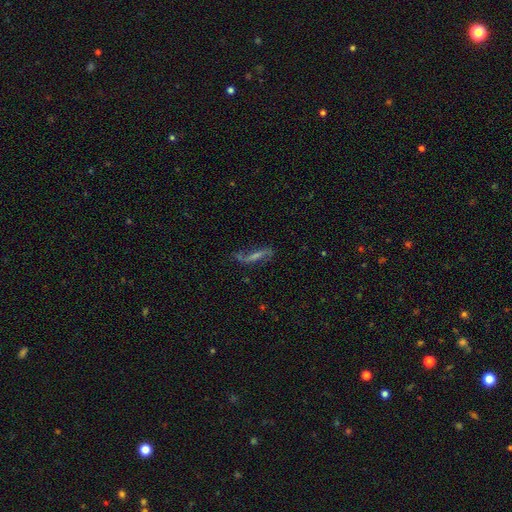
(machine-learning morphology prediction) smooth-or-featured: featured or disk: 68% | smooth: 20% | star or artifact: 11%
  disk-edge-on: no: 75% | yes: 25%
    bar: strong: 36% | weak: 35% | no: 29%
    has-spiral-arms: yes: 86% | no: 14%
    bulge-size: small: 39% | none: 33% | moderate: 22% | large: 4% | dominant: 2%
  merging: none: 60% | minor disturbance: 21% | major disturbance: 15% | merger: 5%